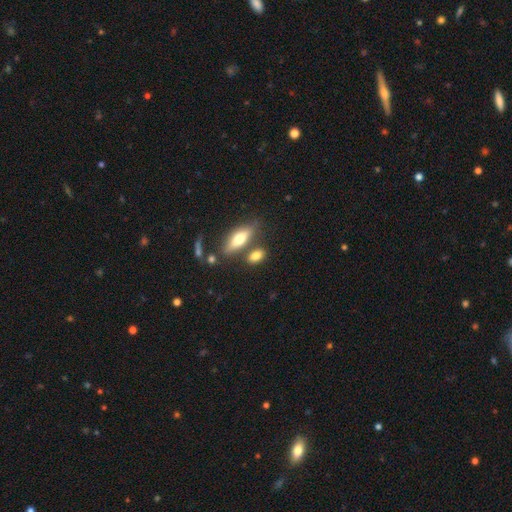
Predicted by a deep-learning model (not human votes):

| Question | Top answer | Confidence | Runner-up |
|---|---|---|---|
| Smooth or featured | smooth | 78% | featured or disk (14%) |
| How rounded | in between | 74% | cigar-shaped (15%) |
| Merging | none | 62% | merger (21%) |